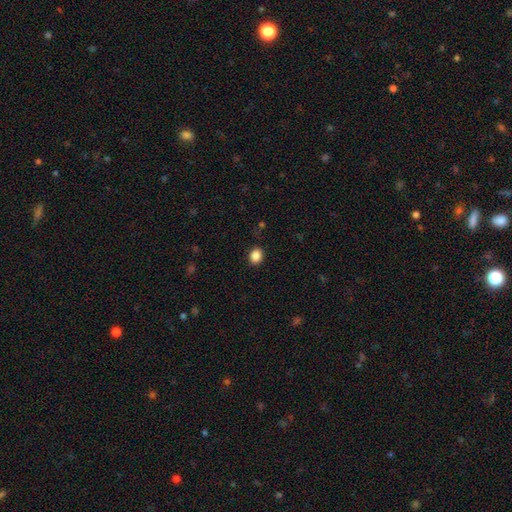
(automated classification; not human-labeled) This appears to be a smooth galaxy with no disk features (87%) that is round (50%). Merging: none (88%).